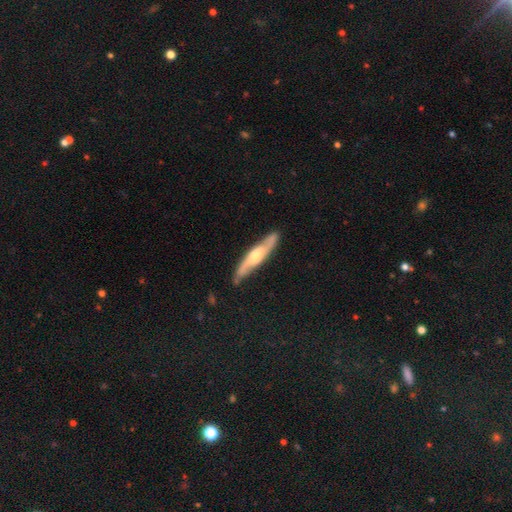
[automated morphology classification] Smooth or featured? featured or disk (63%)
Edge-on disk? yes (67%)
Merging? none (82%)